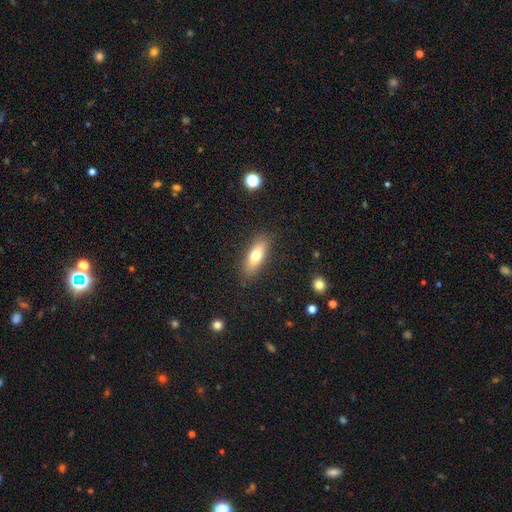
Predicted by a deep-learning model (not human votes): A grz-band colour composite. It shows a smooth galaxy with no disk features (68%) that is in between round and cigar-shaped (62%). Merging: none (86%).